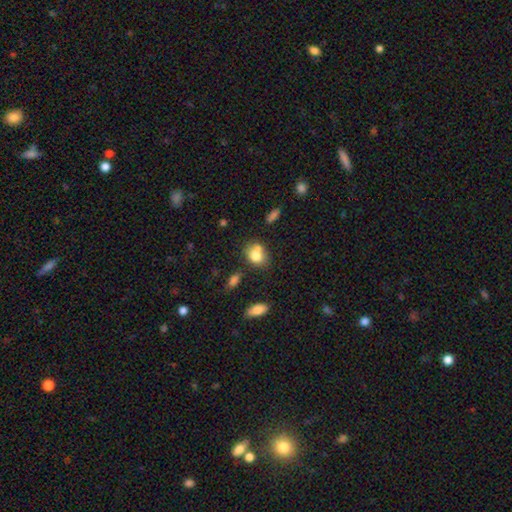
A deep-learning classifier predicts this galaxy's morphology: type=smooth (75%); roundness=round (52%); merging=none (43%).